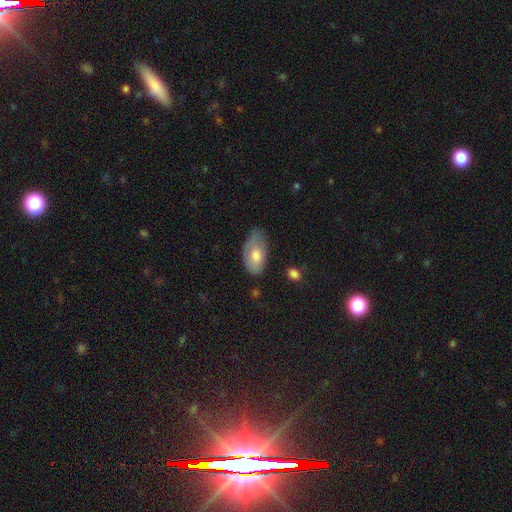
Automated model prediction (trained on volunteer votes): smooth 71%, featured or disk 23%, star or artifact 6%. Down the decision tree: how rounded — in between (93%); merging — none (48%).